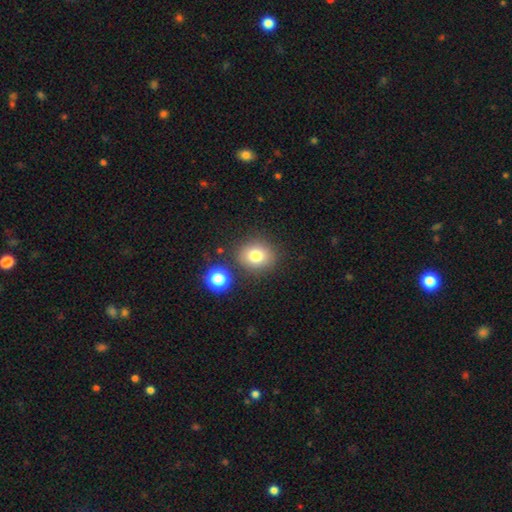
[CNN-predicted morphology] Overall: smooth (78%). How rounded: round (74%). Merging: none (82%).